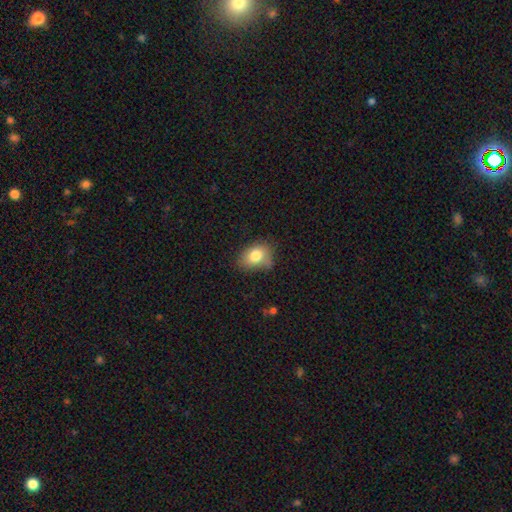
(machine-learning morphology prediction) smooth_or_featured: smooth (p=0.79) [alt: featured or disk p=0.12]
how_rounded: in between (p=0.74) [alt: round p=0.25]
merging: none (p=0.58) [alt: minor disturbance p=0.31]